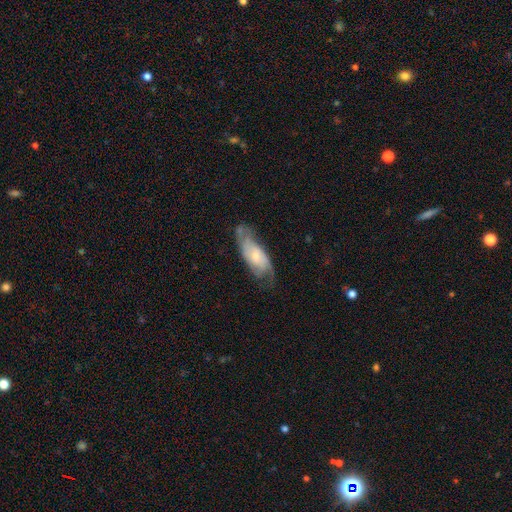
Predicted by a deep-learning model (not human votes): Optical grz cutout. It shows a featured or disk galaxy (58%) with no bar (68%), spiral arms (82%) and a small central bulge (50%). Merging: none (52%).